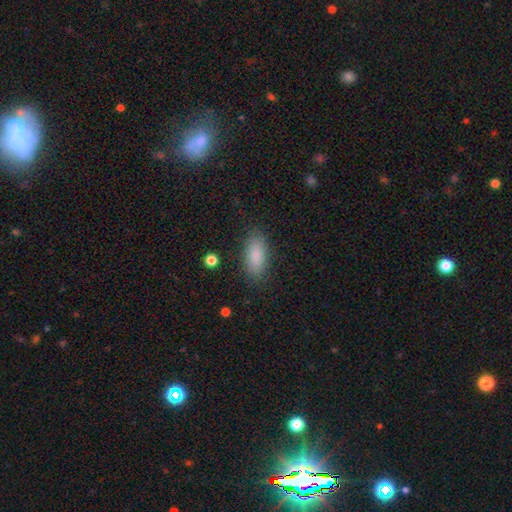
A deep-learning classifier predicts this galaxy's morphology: This is clearly a smooth galaxy (87%). How rounded: clearly in between (85%). Merging: clearly none (85%).